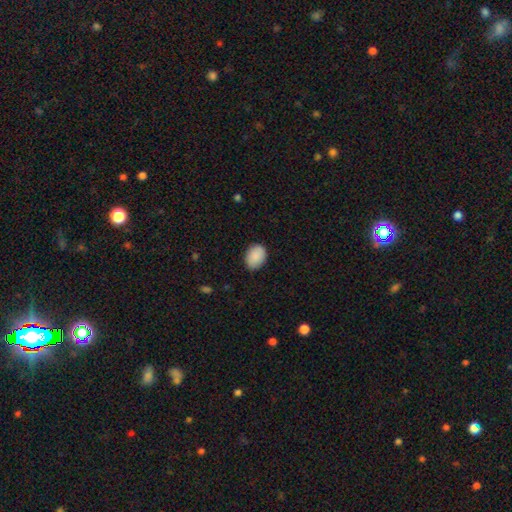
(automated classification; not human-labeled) Q: Smooth or featured?
A: smooth (90%); runner-up: star or artifact (7%)
Q: How rounded?
A: in between (75%); runner-up: round (24%)
Q: Merging?
A: none (83%); runner-up: minor disturbance (13%)